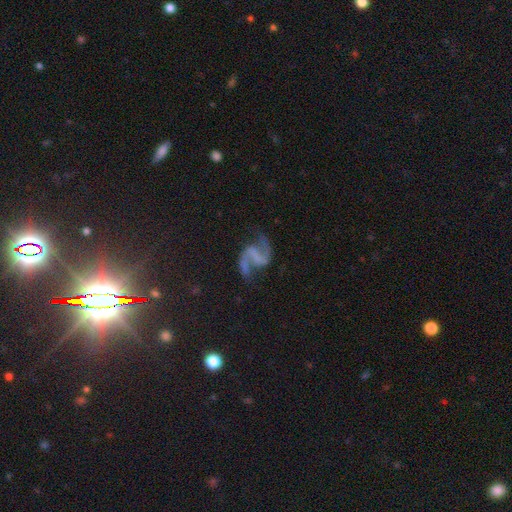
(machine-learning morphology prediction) The model was most divided on "bar": weak: 40%, strong: 32%, no: 29%. More confident: edge-on disk — no (98%); spiral arms — yes (97%); spiral arm count — 2 (94%); smooth or featured — featured or disk (89%); merging — none (72%); bulge size — none (72%); spiral winding — loose (56%).